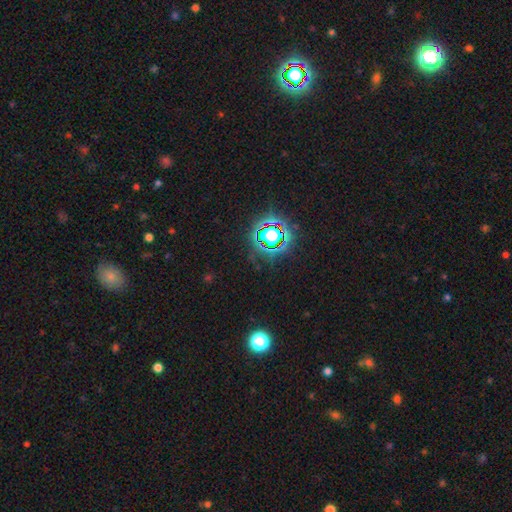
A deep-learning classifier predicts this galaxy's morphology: The model was most divided on "smooth or featured": star or artifact: 81%, smooth: 12%, featured or disk: 7%.